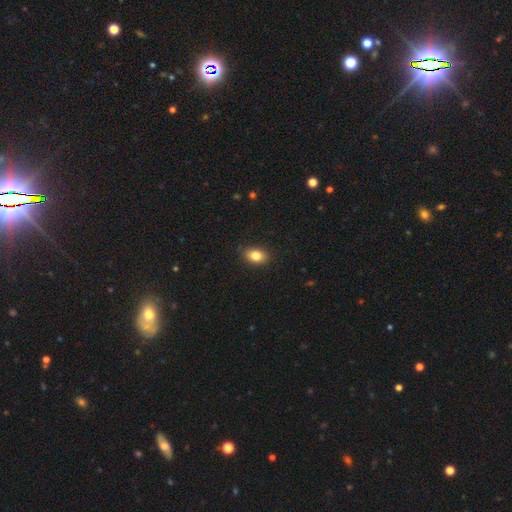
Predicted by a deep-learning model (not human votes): smooth 83%, star or artifact 9%, featured or disk 8%. Down the decision tree: how rounded — in between (79%); merging — none (87%).